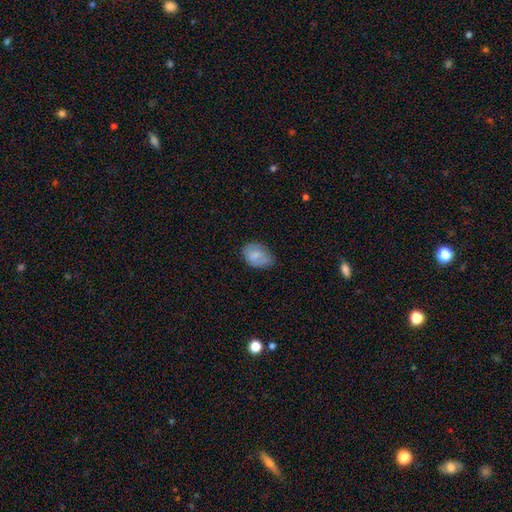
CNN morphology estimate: This is likely a smooth galaxy (76%). How rounded: clearly in between (84%). Merging: likely none (67%).